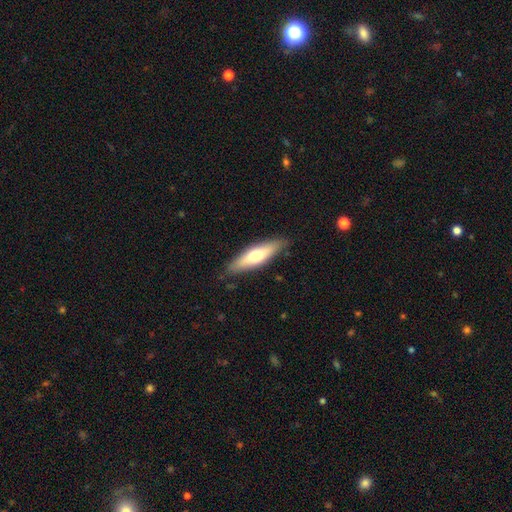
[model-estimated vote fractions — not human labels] Morphology: type=smooth (58%); roundness=cigar-shaped (63%); merging=none (84%).